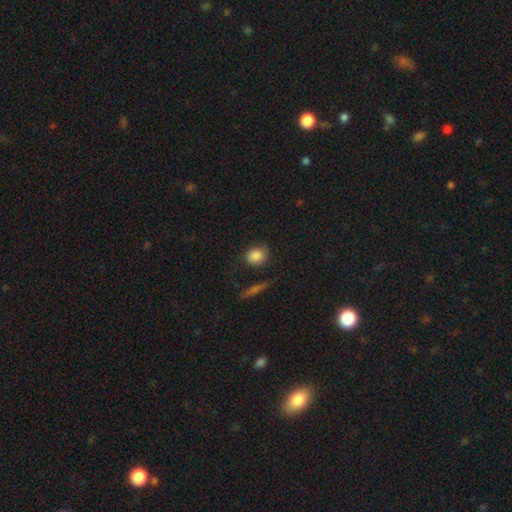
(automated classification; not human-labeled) Smooth or featured?
  - smooth: 85% *
  - star or artifact: 8%
  - featured or disk: 6%
How rounded?
  - round: 70% *
  - in between: 28%
  - cigar-shaped: 2%
Merging?
  - none: 72% *
  - minor disturbance: 19%
  - major disturbance: 6%
  - merger: 4%